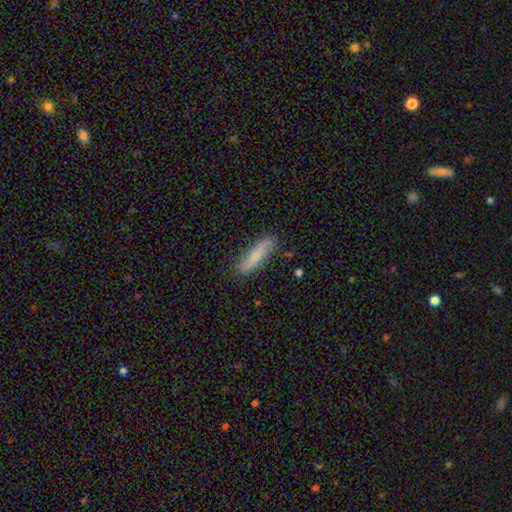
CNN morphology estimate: This appears to be a smooth galaxy with no disk features (79%) that is cigar-shaped (81%). Merging: none (82%).